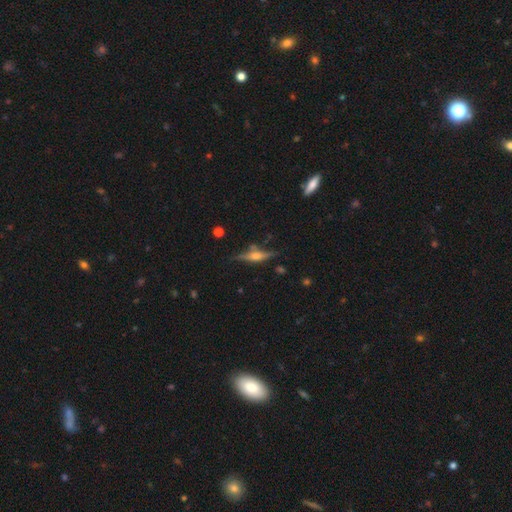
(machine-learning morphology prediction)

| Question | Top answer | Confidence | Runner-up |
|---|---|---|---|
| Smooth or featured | featured or disk | 72% | smooth (20%) |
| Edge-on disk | yes | 97% | no (3%) |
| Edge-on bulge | rounded | 83% | boxy (13%) |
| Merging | none | 80% | minor disturbance (13%) |